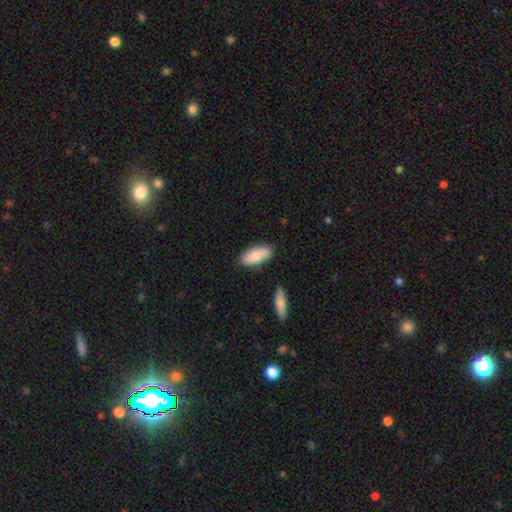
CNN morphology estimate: Smooth or featured: smooth — 79% (featured or disk — 15%)
How rounded: in between — 87% (cigar-shaped — 11%)
Merging: none — 77% (minor disturbance — 16%)